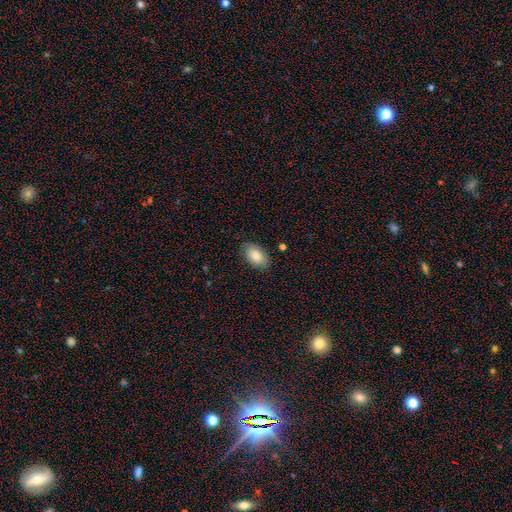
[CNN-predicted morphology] type=smooth (81%); roundness=in between (91%); merging=none (82%).